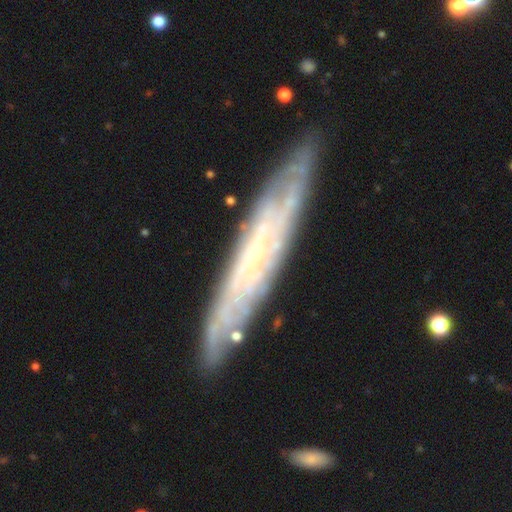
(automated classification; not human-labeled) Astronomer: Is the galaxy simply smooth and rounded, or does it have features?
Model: featured or disk — 77%.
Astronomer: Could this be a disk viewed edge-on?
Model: yes — 57% (runner-up: no, 43%).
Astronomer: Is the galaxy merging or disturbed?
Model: none — 82%.